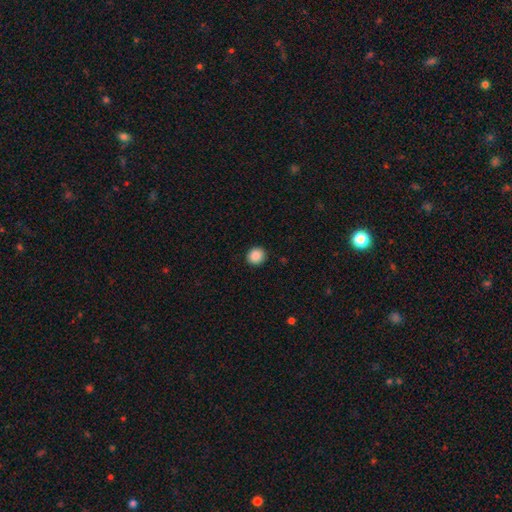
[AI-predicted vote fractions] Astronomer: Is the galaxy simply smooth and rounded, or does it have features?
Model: smooth — 89%.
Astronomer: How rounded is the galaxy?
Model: round — 89%.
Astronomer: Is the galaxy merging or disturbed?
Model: none — 92%.